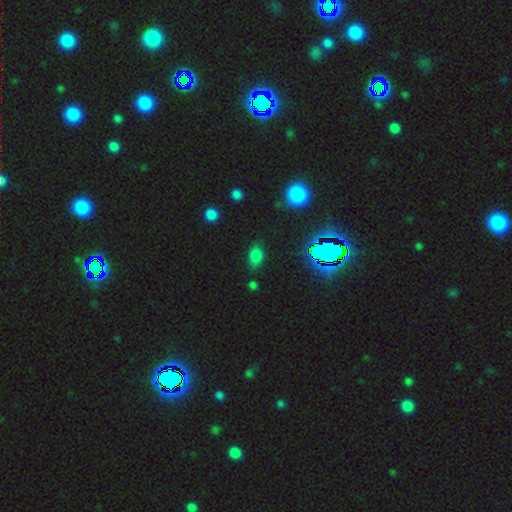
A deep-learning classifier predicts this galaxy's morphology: A smooth galaxy with no disk features (66%) that is in between round and cigar-shaped (81%). Merging: none (79%).